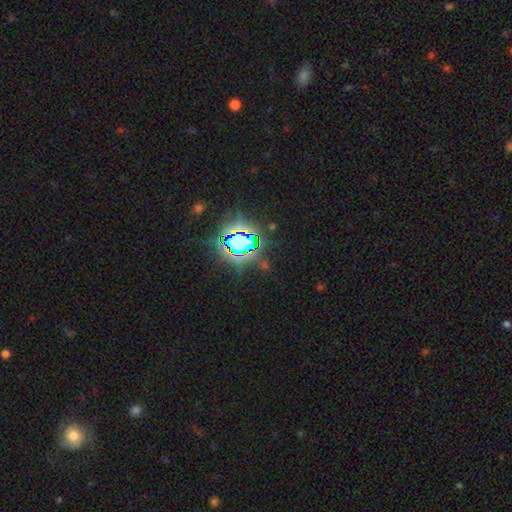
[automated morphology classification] This appears to be a star or artifact, not a galaxy (80%).